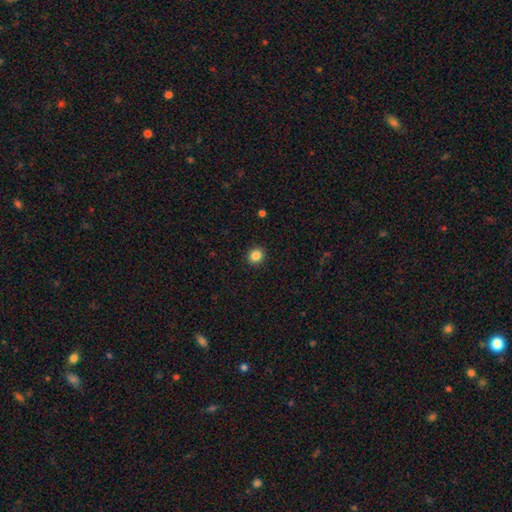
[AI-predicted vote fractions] A smooth galaxy with no disk features (85%) that is round (85%). Merging: none (92%).